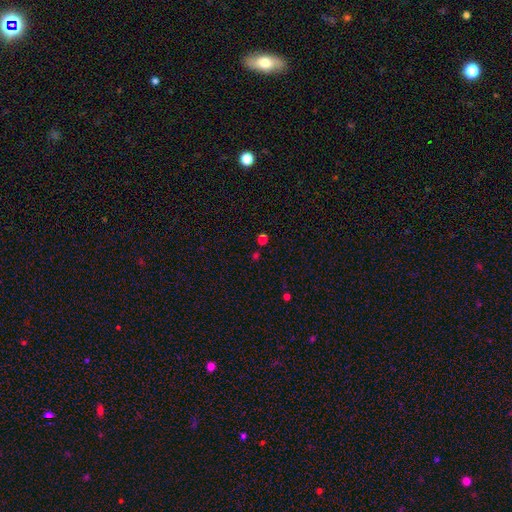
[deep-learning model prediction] Smooth or featured? Predicted: smooth (p=0.57). How rounded? Predicted: round (p=0.67). Merging? Predicted: none (p=0.73).